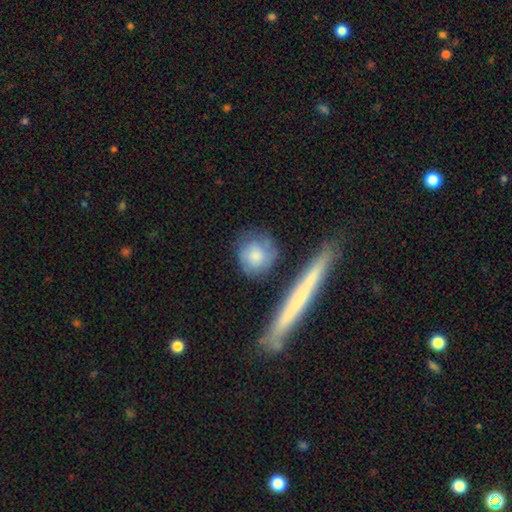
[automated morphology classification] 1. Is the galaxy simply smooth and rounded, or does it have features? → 67% smooth, 25% featured or disk, 7% star or artifact.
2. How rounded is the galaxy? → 78% round, 17% in between, 5% cigar-shaped.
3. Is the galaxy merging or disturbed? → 65% none, 19% minor disturbance, 8% major disturbance, 8% merger.